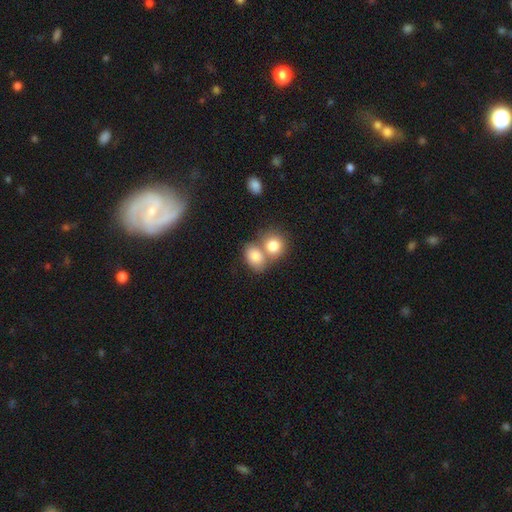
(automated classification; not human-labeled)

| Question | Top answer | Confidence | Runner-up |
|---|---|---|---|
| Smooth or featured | smooth | 79% | featured or disk (12%) |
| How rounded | in between | 59% | round (39%) |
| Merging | merger | 53% | none (34%) |